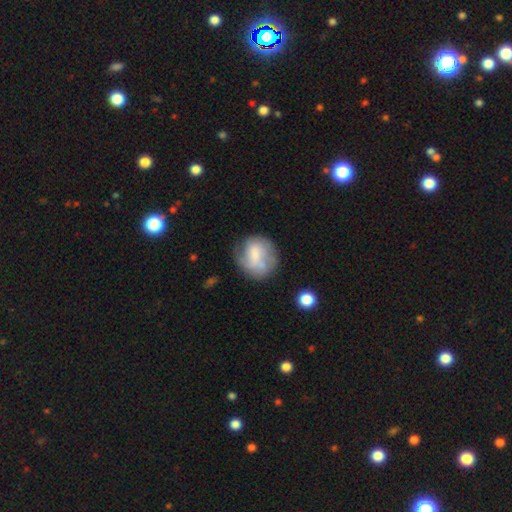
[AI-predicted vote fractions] Q: Smooth or featured?
A: smooth (48%); runner-up: featured or disk (44%)
Q: Merging?
A: none (54%); runner-up: minor disturbance (24%)